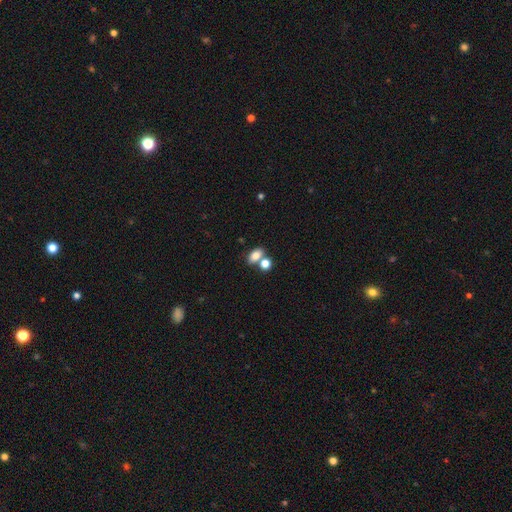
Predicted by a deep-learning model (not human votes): Smooth or featured: smooth — 79% (star or artifact — 10%)
How rounded: in between — 82% (round — 15%)
Merging: none — 50% (merger — 36%)